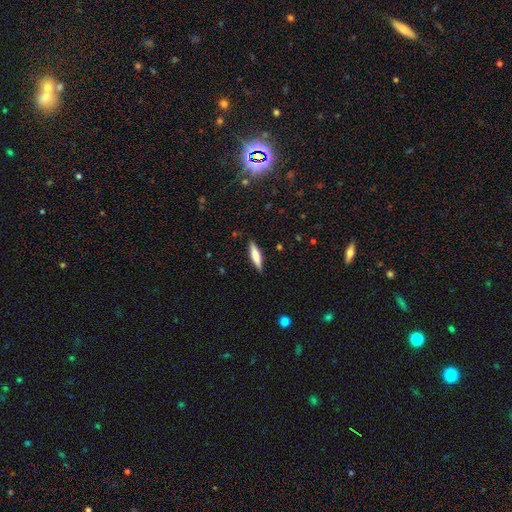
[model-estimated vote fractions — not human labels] A smooth galaxy with no disk features (73%) that is cigar-shaped (76%). Merging: none (88%).